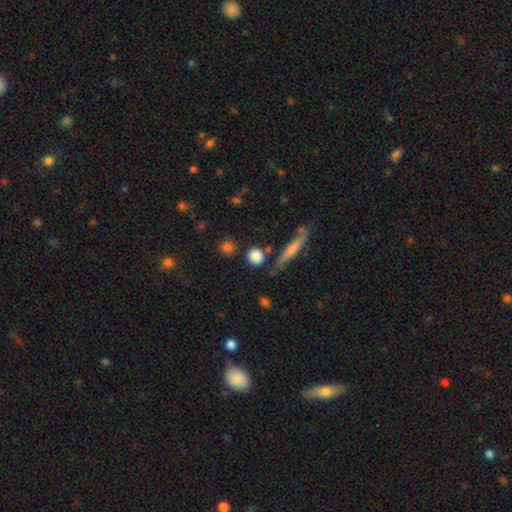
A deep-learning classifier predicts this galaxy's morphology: Smooth or featured?
  - smooth: 84% *
  - star or artifact: 8%
  - featured or disk: 8%
How rounded?
  - round: 84% *
  - in between: 10%
  - cigar-shaped: 5%
Merging?
  - none: 78% *
  - minor disturbance: 11%
  - merger: 8%
  - major disturbance: 4%